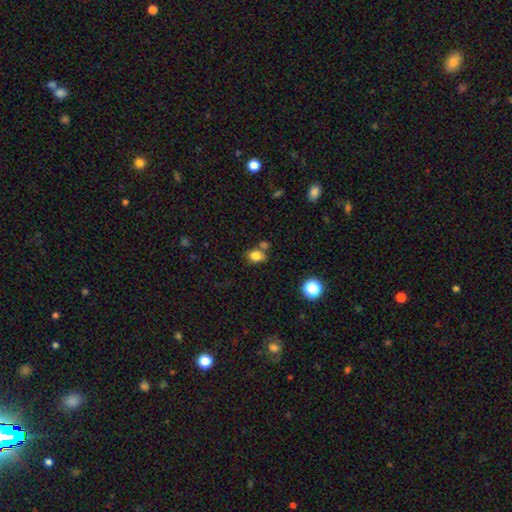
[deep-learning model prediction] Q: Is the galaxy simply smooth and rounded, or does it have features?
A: smooth — 81%.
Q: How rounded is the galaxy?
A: in between — 57%.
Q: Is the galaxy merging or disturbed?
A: none — 62%.